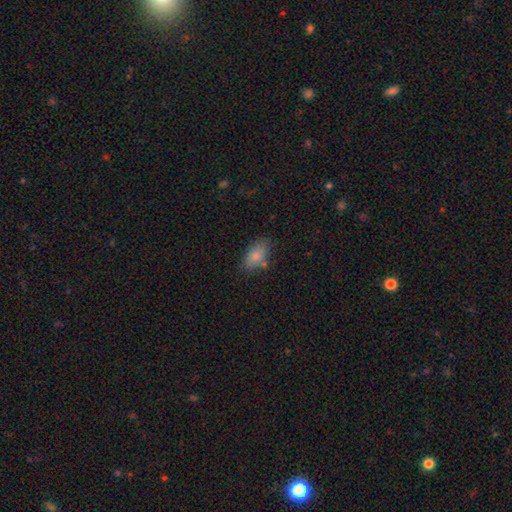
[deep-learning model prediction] smooth 81%, featured or disk 11%, star or artifact 8%. Down the decision tree: how rounded — in between (91%); merging — none (72%).